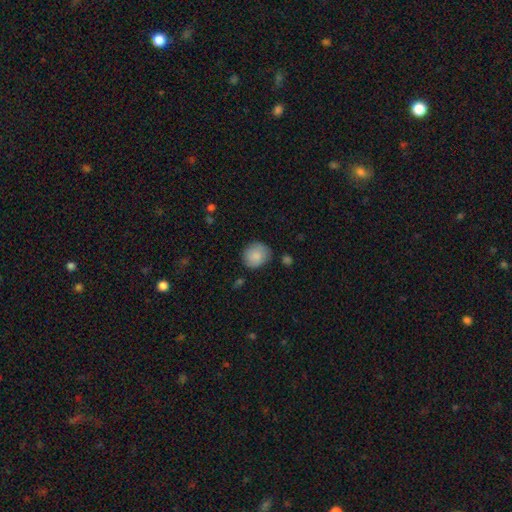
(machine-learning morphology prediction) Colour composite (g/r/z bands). It shows a smooth galaxy with no disk features (85%) that is round (72%). Merging: none (78%).